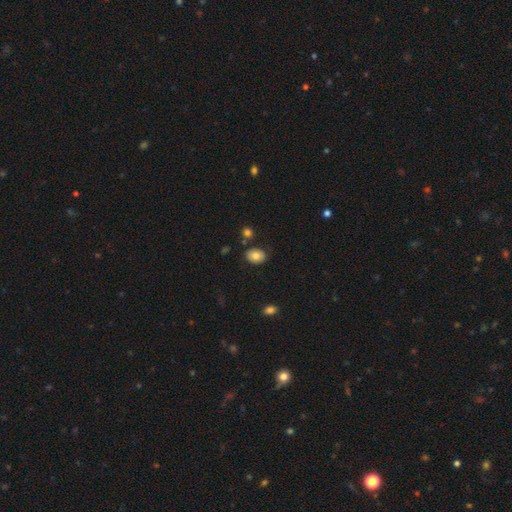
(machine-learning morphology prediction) Smooth or featured?
  - smooth: 79% *
  - featured or disk: 12%
  - star or artifact: 9%
How rounded?
  - in between: 67% *
  - round: 32%
  - cigar-shaped: 1%
Merging?
  - none: 79% *
  - minor disturbance: 13%
  - merger: 5%
  - major disturbance: 3%